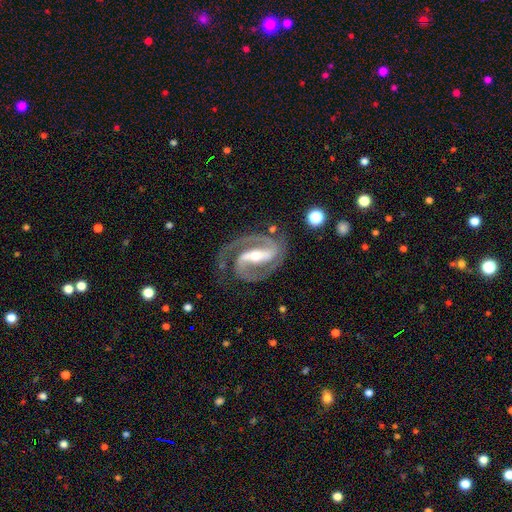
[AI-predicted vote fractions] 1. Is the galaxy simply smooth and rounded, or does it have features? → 93% featured or disk, 4% star or artifact, 3% smooth.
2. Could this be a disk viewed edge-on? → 97% no, 3% yes.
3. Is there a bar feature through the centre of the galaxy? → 73% strong, 20% weak, 7% no.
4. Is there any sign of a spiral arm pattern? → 98% yes, 2% no.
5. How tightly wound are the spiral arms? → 55% medium, 36% tight, 9% loose.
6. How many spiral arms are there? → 92% 2, 2% 1, 2% 3, 2% can't tell, 1% 4, 1% more than 4.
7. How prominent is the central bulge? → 57% moderate, 36% small, 4% large, 1% none, 1% dominant.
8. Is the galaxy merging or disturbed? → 75% none, 14% minor disturbance, 8% major disturbance, 2% merger.